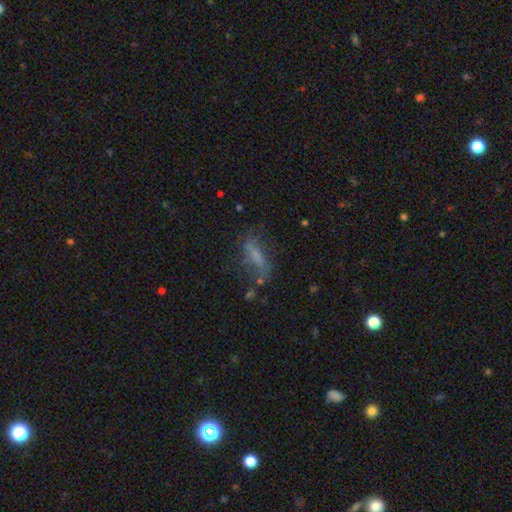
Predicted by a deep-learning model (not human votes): This is possibly a smooth galaxy (59%). How rounded: possibly cigar-shaped (51%). Merging: possibly none (54%).